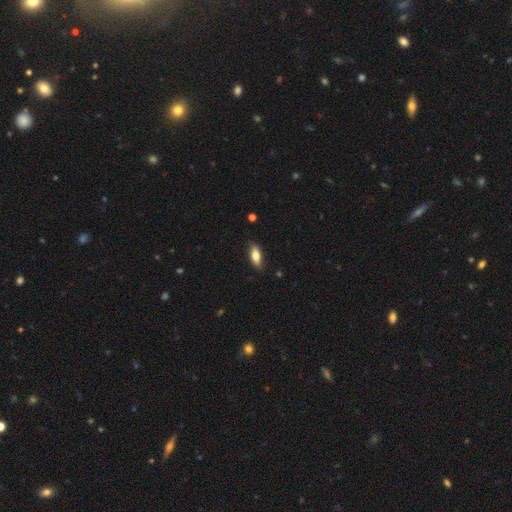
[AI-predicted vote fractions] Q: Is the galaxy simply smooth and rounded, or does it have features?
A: smooth — 78%.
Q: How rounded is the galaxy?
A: in between — 80%.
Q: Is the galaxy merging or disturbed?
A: none — 86%.